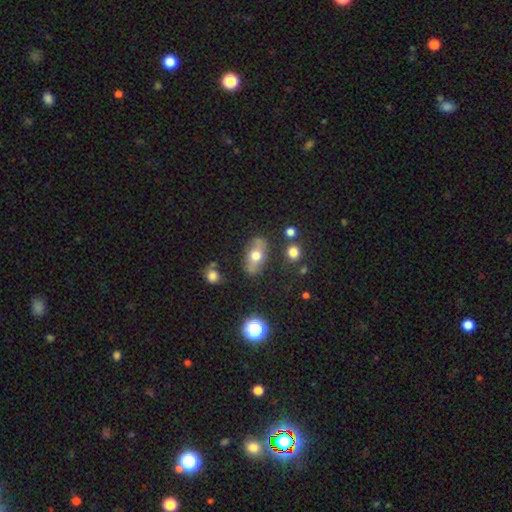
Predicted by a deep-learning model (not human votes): Q: Smooth or featured?
A: smooth (49%); runner-up: featured or disk (41%)
Q: Merging?
A: none (76%); runner-up: minor disturbance (15%)